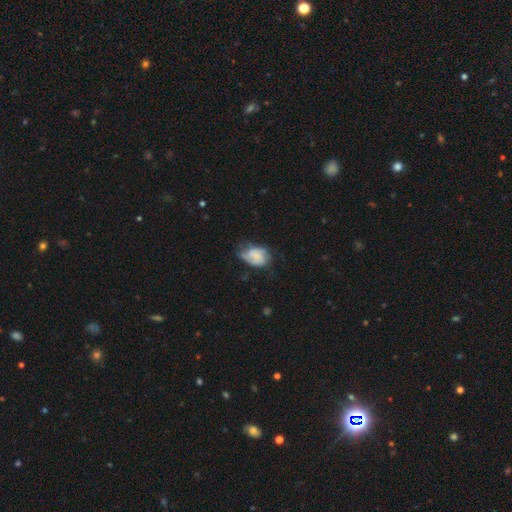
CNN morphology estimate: smooth_or_featured: smooth (p=0.46) [alt: featured or disk p=0.45]
merging: none (p=0.38) [alt: minor disturbance p=0.36]